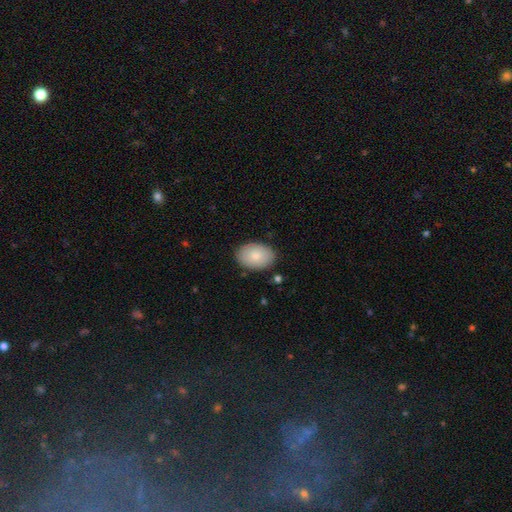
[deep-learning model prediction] Morphology: type=smooth (84%); roundness=in between (85%); merging=none (86%).